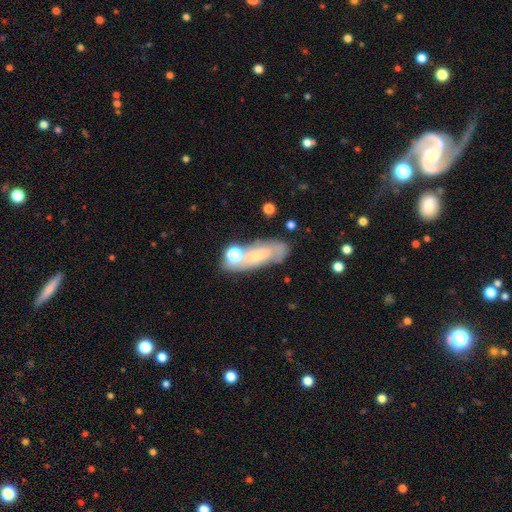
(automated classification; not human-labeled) A featured or disk galaxy (48%).

Vote fractions:
- Smooth or featured? featured or disk: 48% / smooth: 41% / star or artifact: 11%
- Merging? none: 54% / minor disturbance: 21% / merger: 16% / major disturbance: 9%